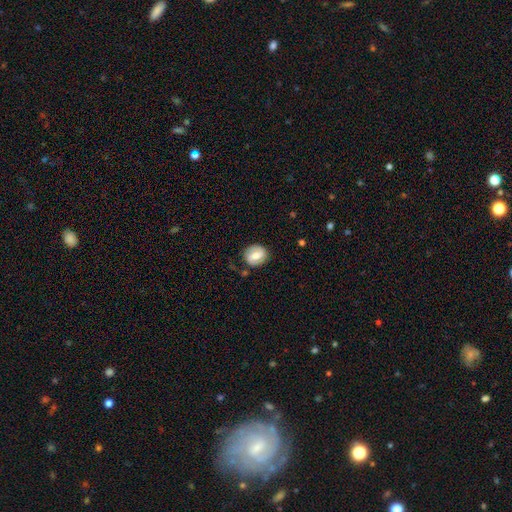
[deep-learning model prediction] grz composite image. It shows a smooth galaxy with no disk features (49%). Merging: none (82%).